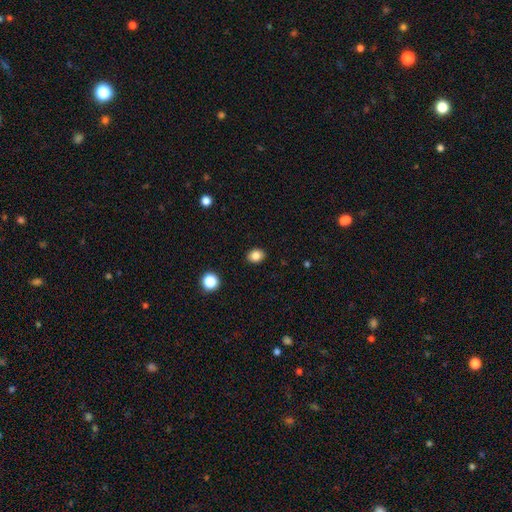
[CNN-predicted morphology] This appears to be a smooth galaxy with no disk features (84%) that is in between round and cigar-shaped (50%). Merging: none (90%).